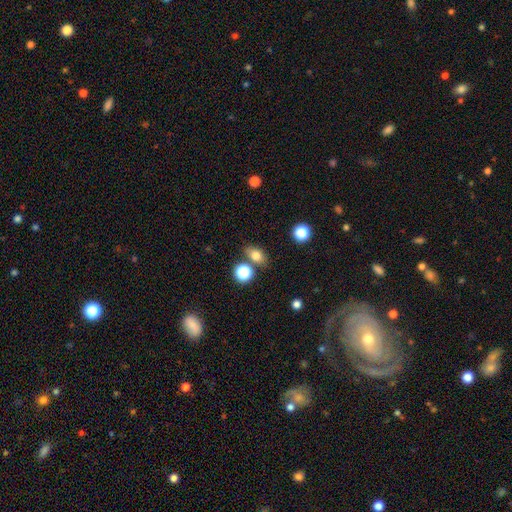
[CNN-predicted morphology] A smooth galaxy with no disk features (78%) that is in between round and cigar-shaped (68%).

Vote fractions:
- Smooth or featured? smooth: 78% / star or artifact: 12% / featured or disk: 10%
- How rounded? in between: 68% / round: 29% / cigar-shaped: 3%
- Merging? none: 70% / merger: 14% / minor disturbance: 13% / major disturbance: 4%